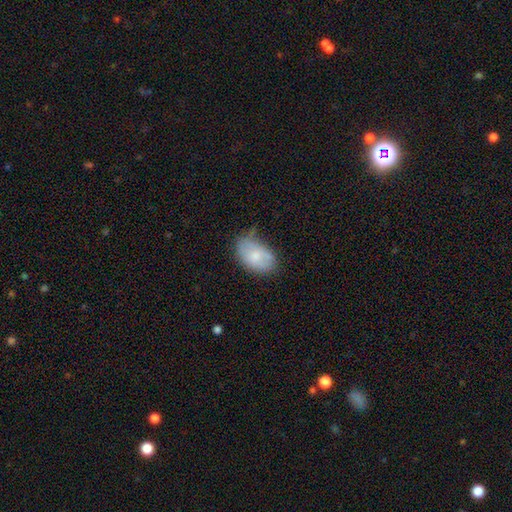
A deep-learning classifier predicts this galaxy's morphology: The model was most divided on "merging": none: 50%, minor disturbance: 36%, major disturbance: 10%, merger: 4%. More confident: how rounded — in between (91%); smooth or featured — smooth (71%).